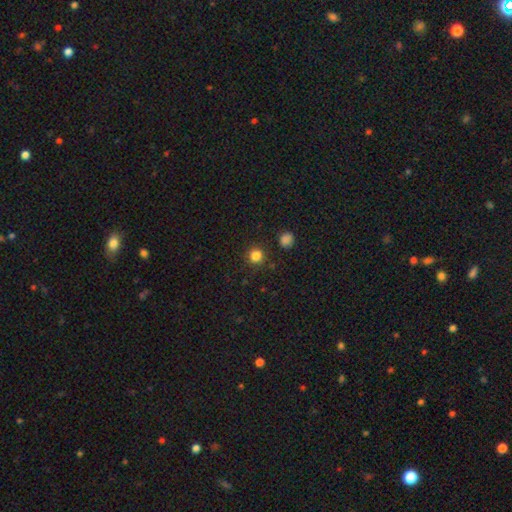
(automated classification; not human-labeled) Smooth or featured? Predicted: smooth (p=0.83). How rounded? Predicted: round (p=0.92). Merging? Predicted: none (p=0.89).